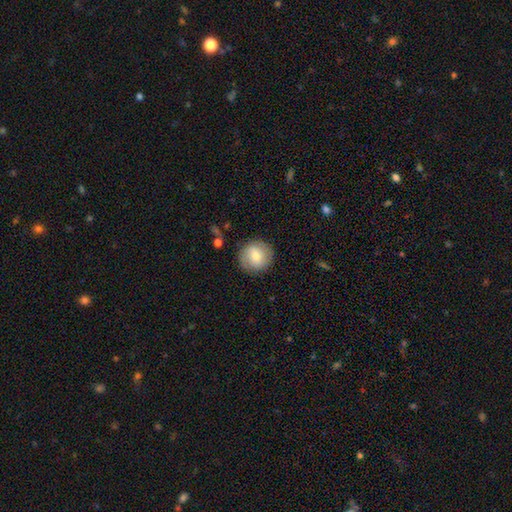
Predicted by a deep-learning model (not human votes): A smooth galaxy with no disk features (69%) that is round (92%).

Vote fractions:
- Smooth or featured? smooth: 69% / featured or disk: 24% / star or artifact: 7%
- How rounded? round: 92% / in between: 7% / cigar-shaped: 1%
- Merging? none: 86% / minor disturbance: 9% / major disturbance: 3% / merger: 1%